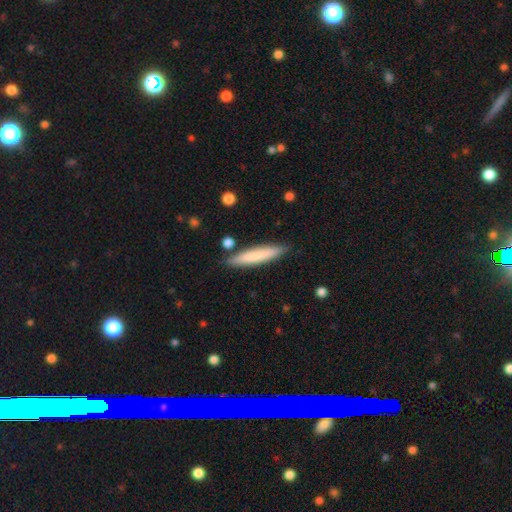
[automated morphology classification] The model was most divided on "smooth or featured": smooth: 75%, featured or disk: 20%, star or artifact: 6%. More confident: how rounded — cigar-shaped (91%); merging — none (86%).